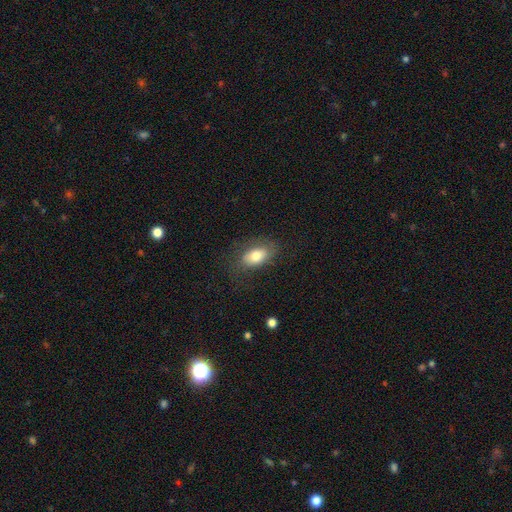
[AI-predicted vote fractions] Smooth or featured? smooth (77%)
How rounded? in between (89%)
Merging? none (72%)